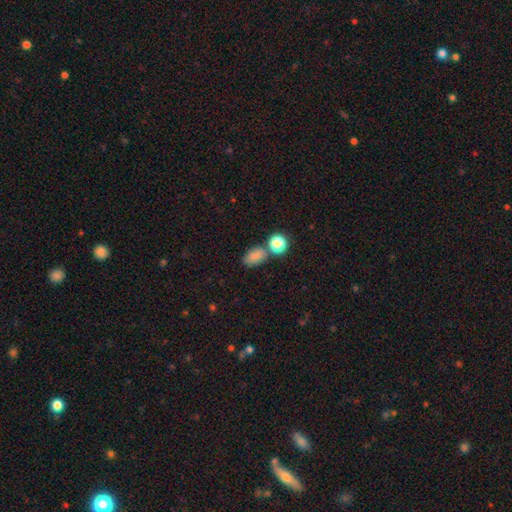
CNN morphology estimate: Smooth or featured? smooth (80%)
How rounded? in between (81%)
Merging? none (63%)